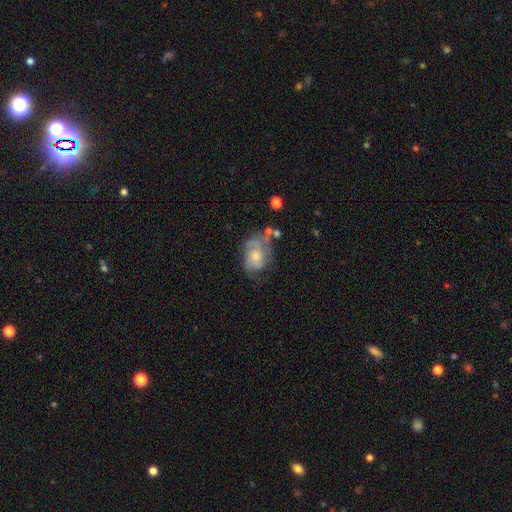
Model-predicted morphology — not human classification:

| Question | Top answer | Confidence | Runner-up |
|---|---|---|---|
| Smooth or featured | featured or disk | 58% | smooth (34%) |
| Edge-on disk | no | 97% | yes (3%) |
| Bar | no | 76% | weak (21%) |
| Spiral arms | yes | 78% | no (22%) |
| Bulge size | moderate | 52% | small (35%) |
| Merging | none | 42% | minor disturbance (29%) |